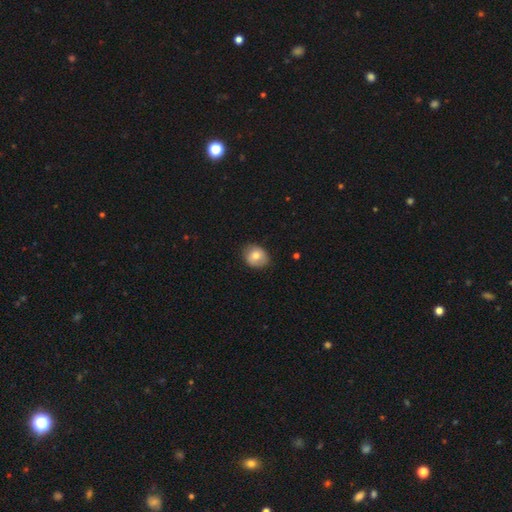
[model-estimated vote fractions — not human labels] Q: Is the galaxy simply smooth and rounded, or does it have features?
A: smooth — 75%.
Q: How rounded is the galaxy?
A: round — 63%.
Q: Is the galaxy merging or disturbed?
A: none — 79%.